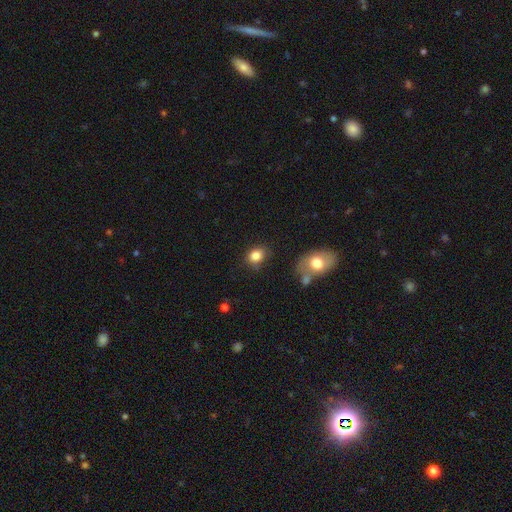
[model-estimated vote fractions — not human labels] Morphology: type=smooth (84%); roundness=round (53%); merging=none (75%).